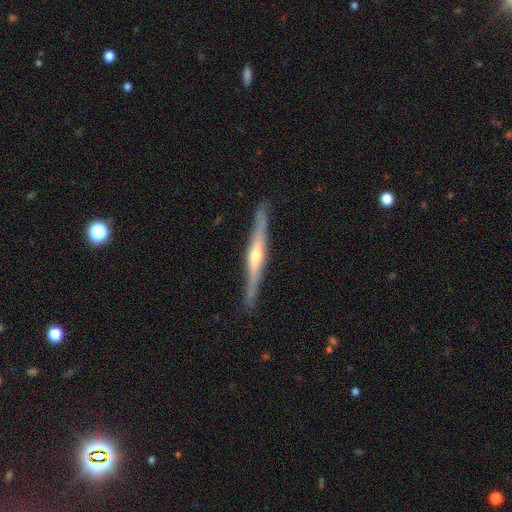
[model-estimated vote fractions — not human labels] Smooth or featured? Predicted: featured or disk (p=0.77). Edge-on disk? Predicted: yes (p=0.97). Edge-on bulge? Predicted: rounded (p=0.84). Merging? Predicted: none (p=0.89).